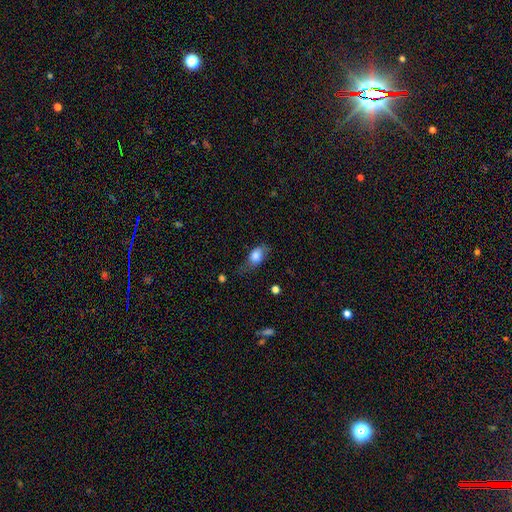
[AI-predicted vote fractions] Overall: smooth (78%). How rounded: in between (82%). Merging: none (51%; minor disturbance 32%).